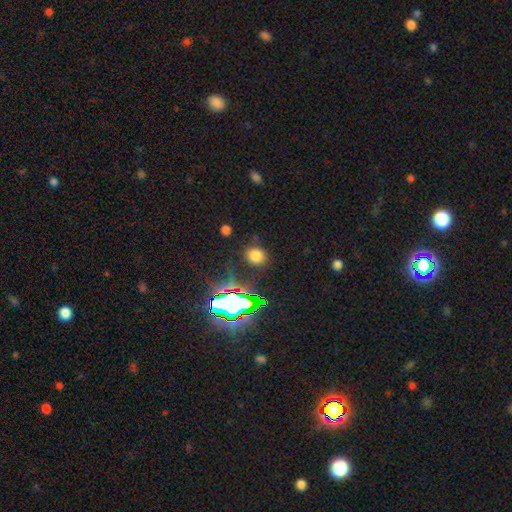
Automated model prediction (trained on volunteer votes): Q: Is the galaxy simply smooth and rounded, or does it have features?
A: smooth — 67%.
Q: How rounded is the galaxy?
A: round — 74%.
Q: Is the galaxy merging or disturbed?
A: none — 82%.